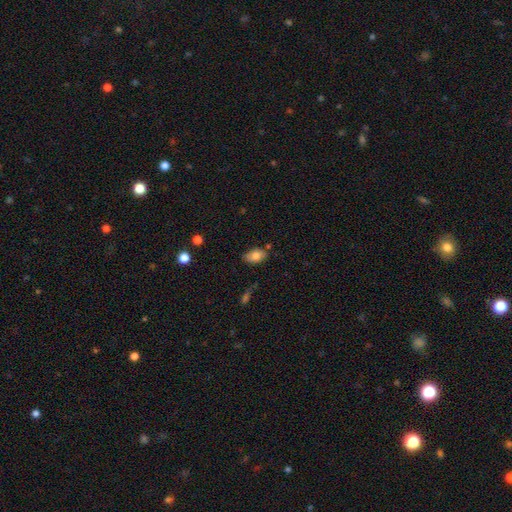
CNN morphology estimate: Smooth or featured? smooth (79%)
How rounded? in between (89%)
Merging? none (73%)